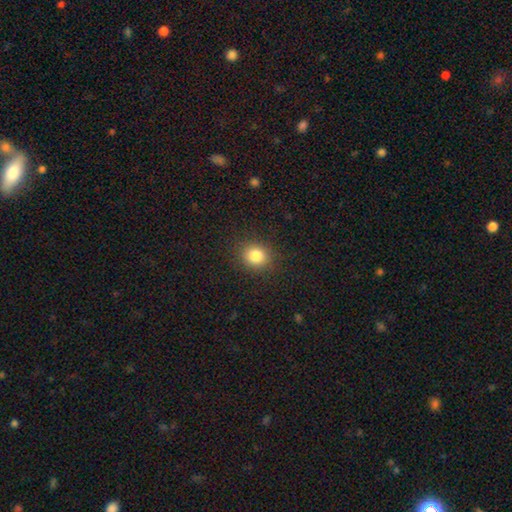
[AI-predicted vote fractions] Smooth or featured?
  - smooth: 83% *
  - star or artifact: 11%
  - featured or disk: 6%
How rounded?
  - round: 80% *
  - in between: 19%
  - cigar-shaped: 1%
Merging?
  - none: 89% *
  - minor disturbance: 7%
  - major disturbance: 3%
  - merger: 1%